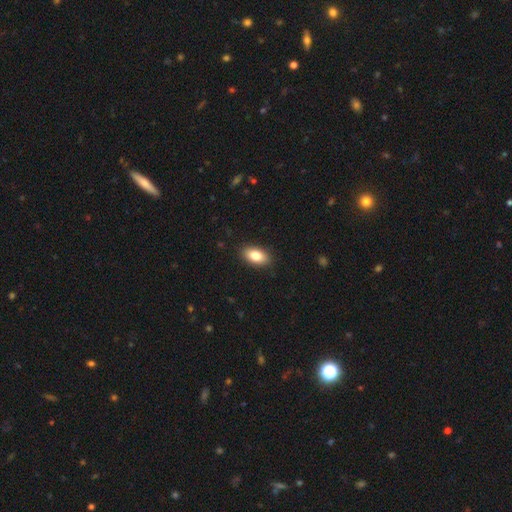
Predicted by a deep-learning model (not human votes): Overall: smooth (83%). How rounded: in between (91%). Merging: none (89%).